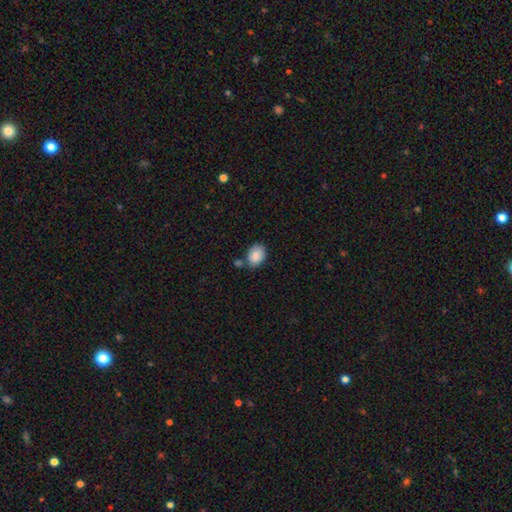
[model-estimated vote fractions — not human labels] smooth-or-featured: smooth: 88% | star or artifact: 7% | featured or disk: 5%
  how-rounded: in between: 79% | round: 20% | cigar-shaped: 1%
  merging: none: 68% | minor disturbance: 17% | merger: 12% | major disturbance: 4%